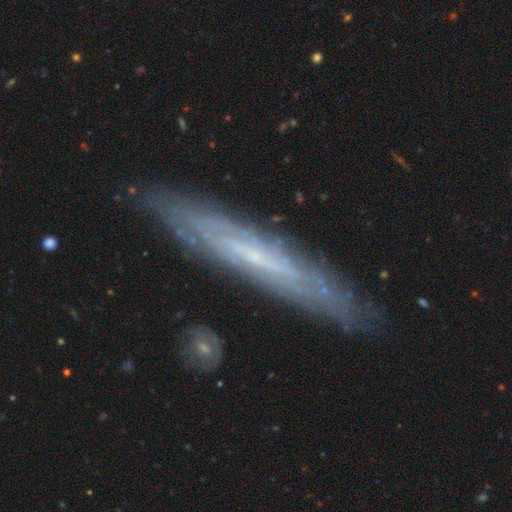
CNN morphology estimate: featured or disk 71%, smooth 21%, star or artifact 7%. Down the decision tree: edge-on disk — yes (64%); merging — none (84%).